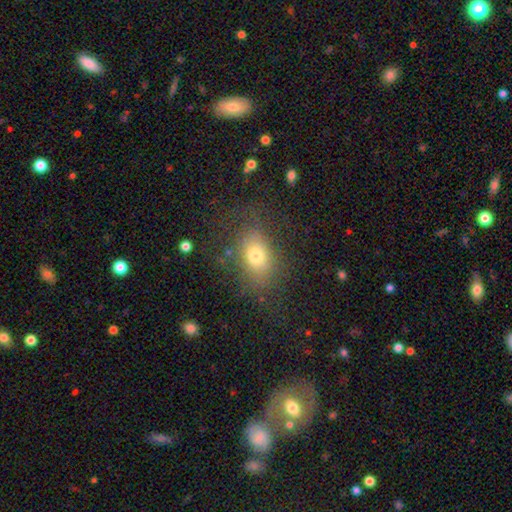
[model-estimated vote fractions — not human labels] Smooth or featured? Predicted: smooth (p=0.72). How rounded? Predicted: in between (p=0.76). Merging? Predicted: none (p=0.68).